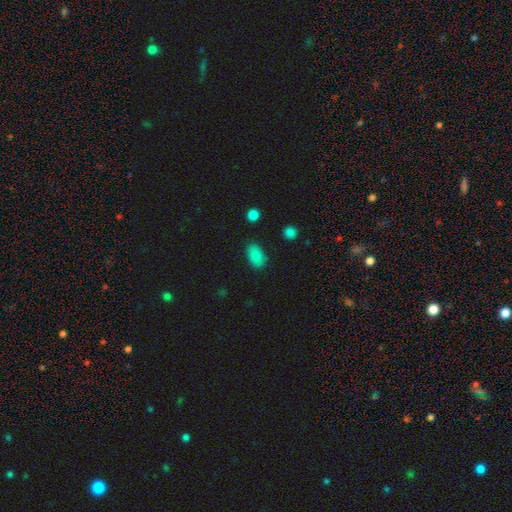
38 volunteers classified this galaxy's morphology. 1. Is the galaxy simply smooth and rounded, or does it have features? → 92% smooth, 5% star or artifact, 3% featured or disk.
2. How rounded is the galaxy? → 80% in between, 20% round, 0% cigar-shaped.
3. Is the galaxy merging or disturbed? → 78% none, 17% minor disturbance, 3% major disturbance, 3% merger.